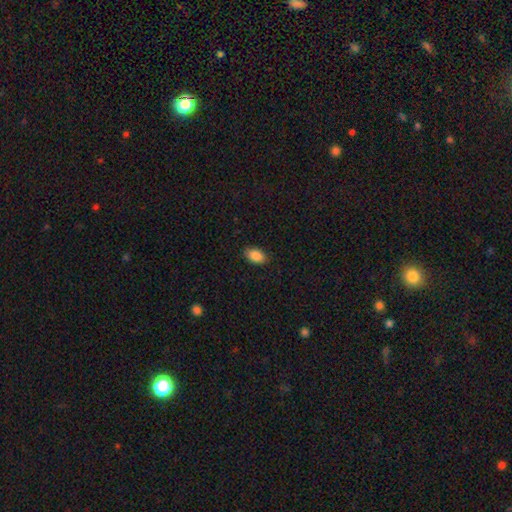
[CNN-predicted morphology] smooth-or-featured: smooth: 88% | star or artifact: 7% | featured or disk: 5%
  how-rounded: in between: 91% | round: 7% | cigar-shaped: 2%
  merging: none: 88% | minor disturbance: 9% | major disturbance: 2% | merger: 1%